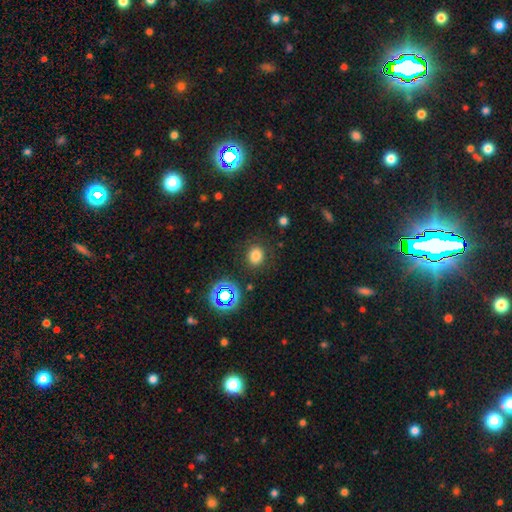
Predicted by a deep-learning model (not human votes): smooth 75%, star or artifact 18%, featured or disk 7%. Down the decision tree: how rounded — round (69%); merging — none (84%).